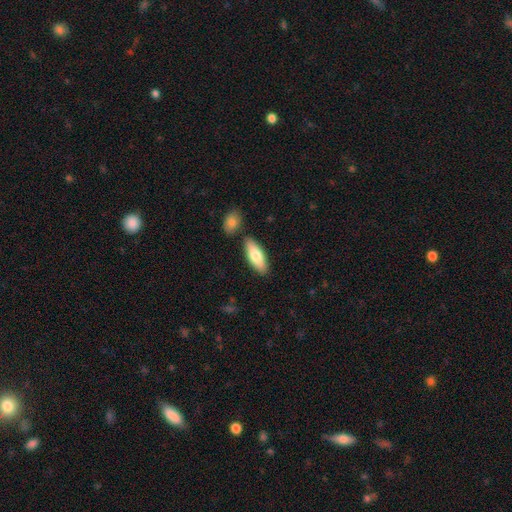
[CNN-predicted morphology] This appears to be a smooth galaxy with no disk features (78%) that is in between round and cigar-shaped (72%). Merging: none (82%).